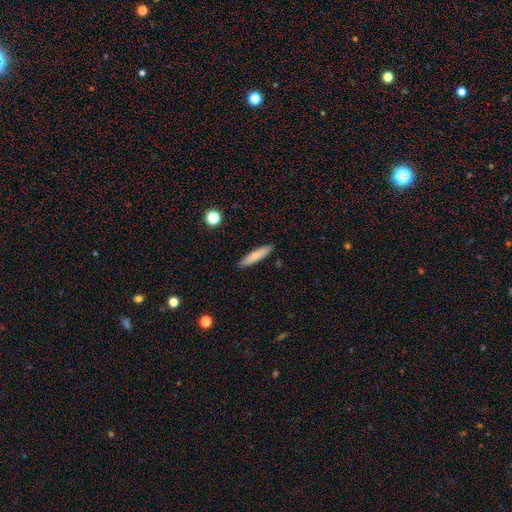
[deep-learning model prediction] Overall: smooth (78%). How rounded: cigar-shaped (86%). Merging: none (90%).